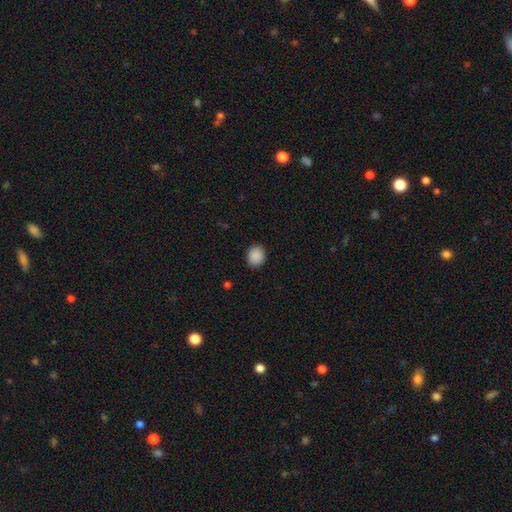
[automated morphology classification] This is clearly a smooth galaxy (89%). How rounded: likely round (72%). Merging: clearly none (90%).